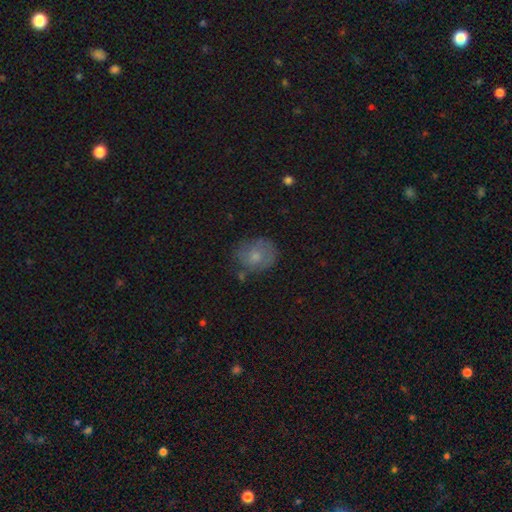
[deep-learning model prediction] This appears to be a smooth galaxy with no disk features (64%) that is round (59%). Merging: none (61%).